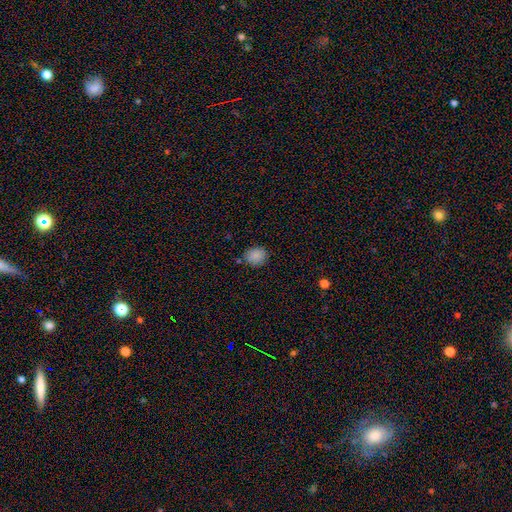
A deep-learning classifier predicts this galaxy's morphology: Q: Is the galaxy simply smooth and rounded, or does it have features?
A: smooth — 86%.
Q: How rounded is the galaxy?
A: round — 65%.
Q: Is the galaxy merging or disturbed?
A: none — 79%.